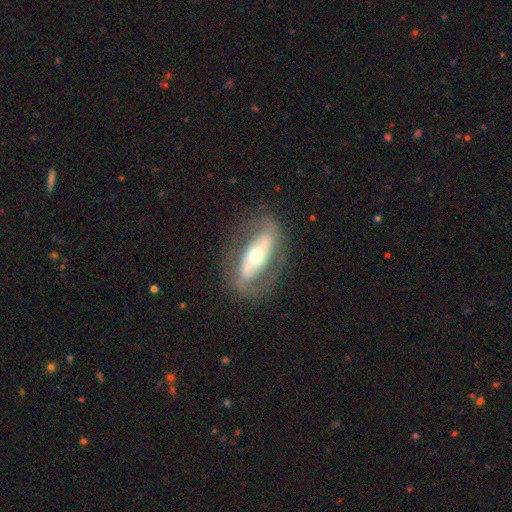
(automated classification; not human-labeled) Smooth or featured? featured or disk (73%)
Edge-on disk? no (86%)
Bar? strong (46%)
Spiral arms? yes (57%)
Bulge size? moderate (63%)
Merging? none (77%)